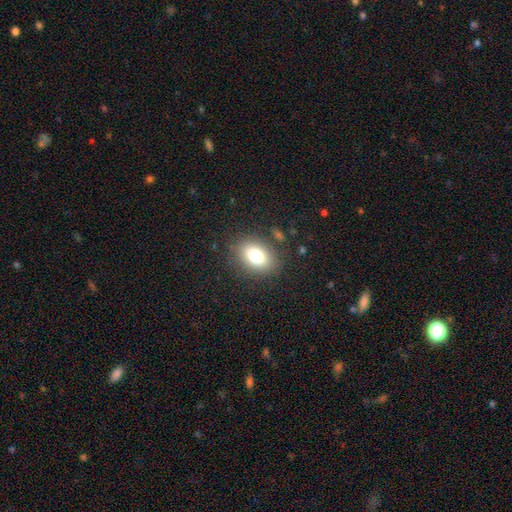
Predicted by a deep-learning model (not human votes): Smooth or featured?
  - smooth: 78% *
  - featured or disk: 11%
  - star or artifact: 10%
How rounded?
  - in between: 74% *
  - round: 24%
  - cigar-shaped: 1%
Merging?
  - none: 83% *
  - minor disturbance: 11%
  - major disturbance: 4%
  - merger: 2%